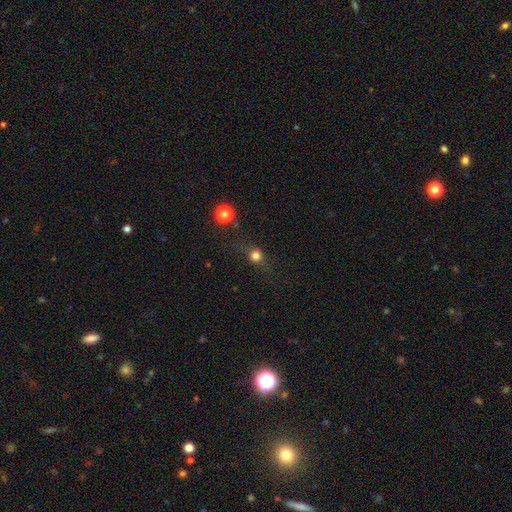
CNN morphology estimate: The model was most divided on "smooth or featured": smooth: 68%, star or artifact: 20%, featured or disk: 13%. More confident: how rounded — round (83%); merging — none (71%).